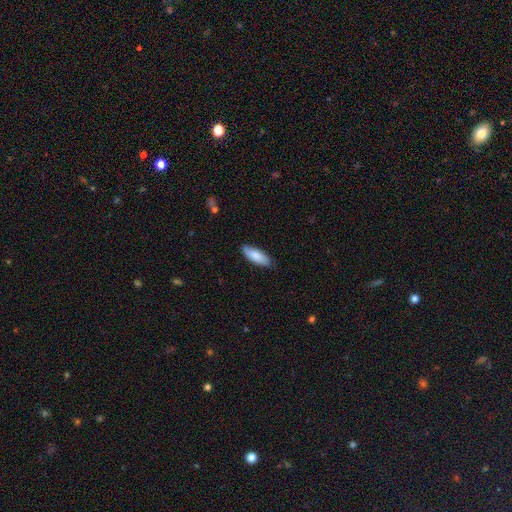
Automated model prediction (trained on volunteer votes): Smooth or featured? smooth (80%)
How rounded? in between (66%)
Merging? none (80%)